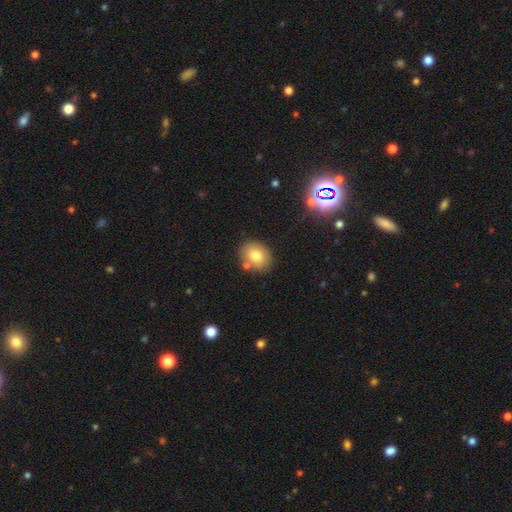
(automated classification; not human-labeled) Smooth or featured?
  - smooth: 77% *
  - featured or disk: 13%
  - star or artifact: 10%
How rounded?
  - in between: 53% *
  - round: 46%
  - cigar-shaped: 1%
Merging?
  - none: 77% *
  - minor disturbance: 12%
  - merger: 8%
  - major disturbance: 3%